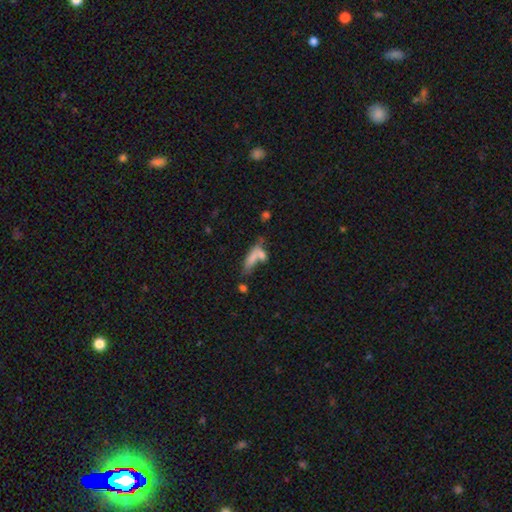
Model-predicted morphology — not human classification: Smooth or featured?
  - smooth: 71% *
  - featured or disk: 18%
  - star or artifact: 11%
How rounded?
  - cigar-shaped: 52% *
  - in between: 44%
  - round: 4%
Merging?
  - merger: 42% *
  - none: 34%
  - minor disturbance: 14%
  - major disturbance: 10%